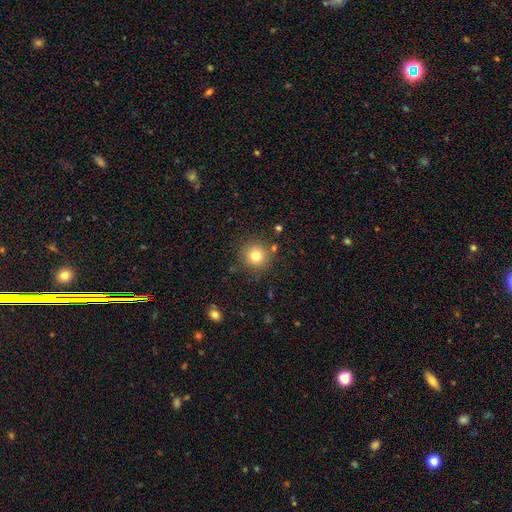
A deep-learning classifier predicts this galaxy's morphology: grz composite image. It shows a smooth galaxy with no disk features (79%) that is round (93%). Merging: none (84%).